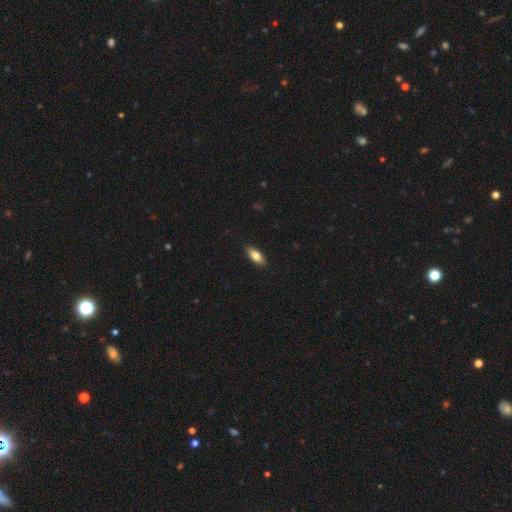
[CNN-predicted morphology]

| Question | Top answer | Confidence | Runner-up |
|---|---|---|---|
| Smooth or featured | smooth | 79% | featured or disk (14%) |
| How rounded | in between | 84% | cigar-shaped (13%) |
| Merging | none | 89% | minor disturbance (8%) |